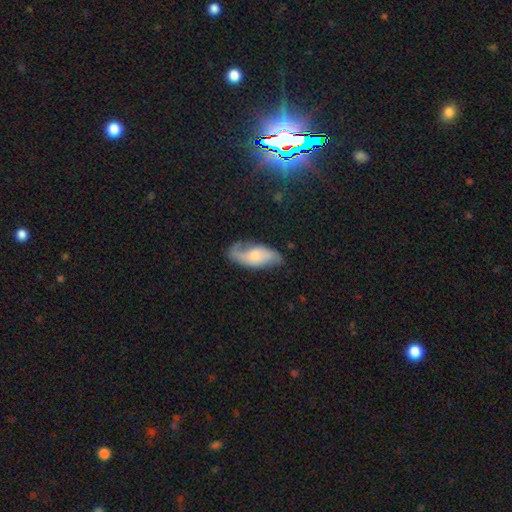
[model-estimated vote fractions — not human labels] A featured or disk galaxy (61%) with no bar (60%), spiral arms (89%) and a moderate central bulge (38%).

Vote fractions:
- Smooth or featured? featured or disk: 61% / smooth: 32% / star or artifact: 7%
- Edge-on disk? no: 91% / yes: 9%
- Bar? no: 60% / weak: 33% / strong: 7%
- Spiral arms? yes: 89% / no: 11%
- Bulge size? moderate: 38% / small: 28% / large: 17% / none: 15% / dominant: 3%
- Merging? none: 61% / minor disturbance: 25% / major disturbance: 12% / merger: 2%